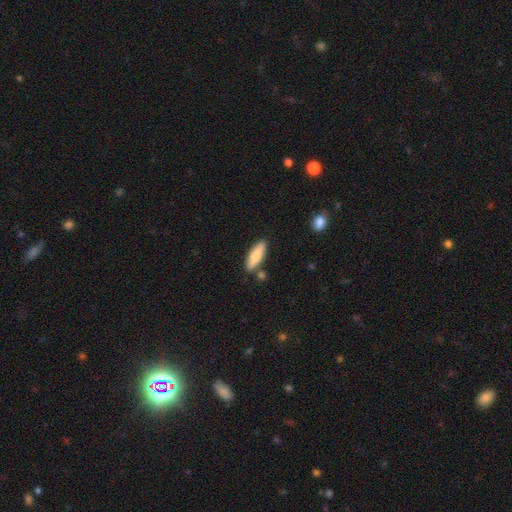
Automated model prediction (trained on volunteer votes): Morphology: type=smooth (76%); roundness=cigar-shaped (52%); merging=none (81%).